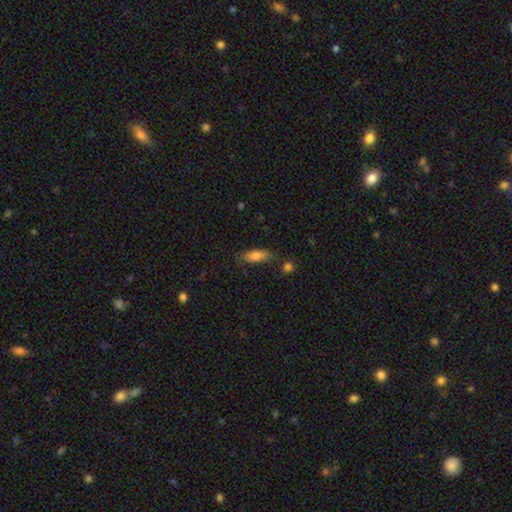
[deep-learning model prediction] Smooth or featured? smooth (81%)
How rounded? in between (62%)
Merging? none (74%)